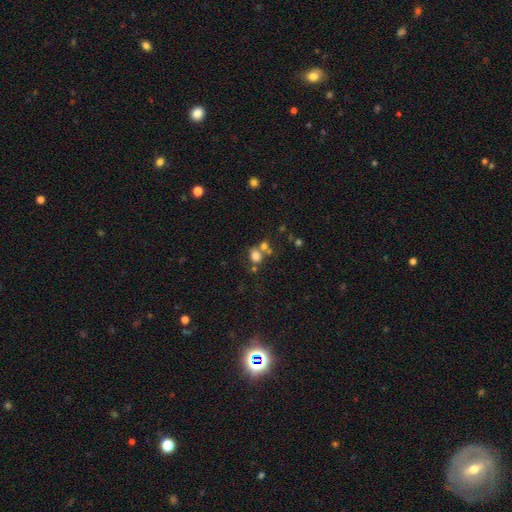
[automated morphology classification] This is likely a smooth galaxy (73%). How rounded: possibly round (59%). Merging: possibly none (48%).